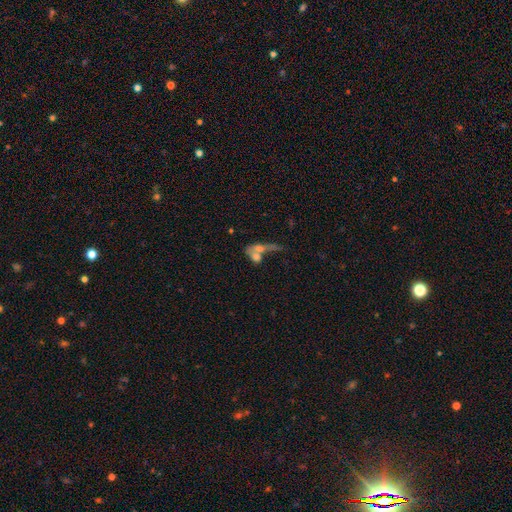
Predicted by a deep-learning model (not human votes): A smooth galaxy with no disk features (56%) that is in between round and cigar-shaped (61%).

Vote fractions:
- Smooth or featured? smooth: 56% / featured or disk: 33% / star or artifact: 11%
- How rounded? in between: 61% / round: 23% / cigar-shaped: 16%
- Merging? merger: 61% / none: 17% / major disturbance: 15% / minor disturbance: 8%